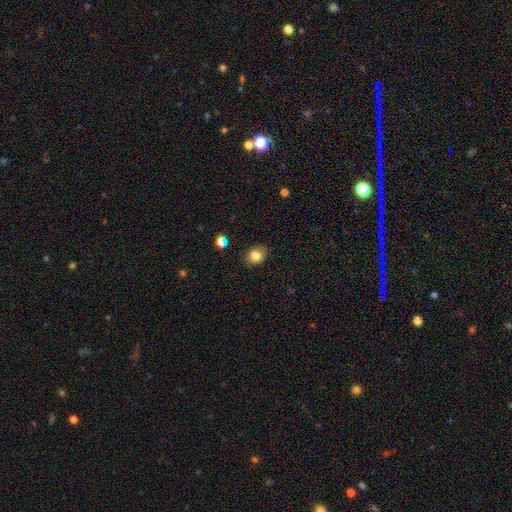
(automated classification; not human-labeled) Smooth or featured?
  - smooth: 80% *
  - star or artifact: 11%
  - featured or disk: 9%
How rounded?
  - round: 53% *
  - in between: 46%
  - cigar-shaped: 1%
Merging?
  - none: 88% *
  - minor disturbance: 9%
  - major disturbance: 2%
  - merger: 1%